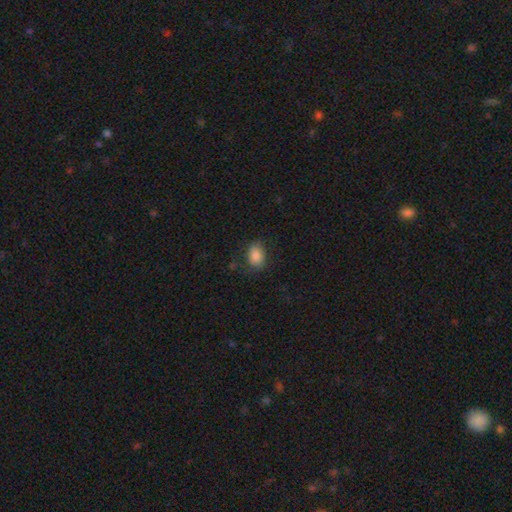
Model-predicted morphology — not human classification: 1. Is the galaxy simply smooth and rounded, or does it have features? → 85% smooth, 9% star or artifact, 6% featured or disk.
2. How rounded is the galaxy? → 73% in between, 26% round, 1% cigar-shaped.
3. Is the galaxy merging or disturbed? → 76% none, 18% minor disturbance, 5% major disturbance, 1% merger.